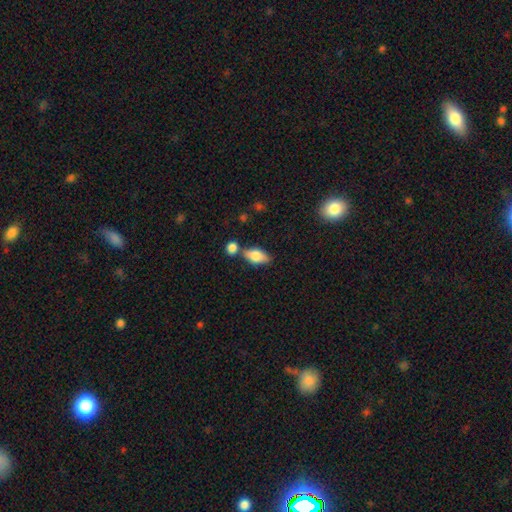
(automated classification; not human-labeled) Smooth or featured? Predicted: smooth (p=0.73). How rounded? Predicted: in between (p=0.85). Merging? Predicted: none (p=0.63).